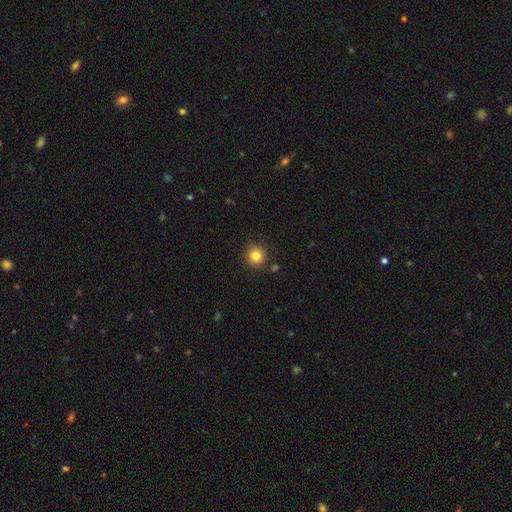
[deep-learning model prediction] This appears to be a smooth galaxy with no disk features (84%) that is round (94%). Merging: none (90%).